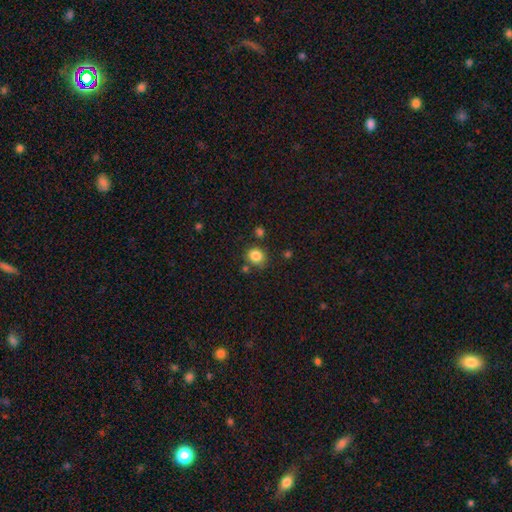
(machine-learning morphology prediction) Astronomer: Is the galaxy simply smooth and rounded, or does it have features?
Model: smooth — 84%.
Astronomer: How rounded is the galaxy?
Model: round — 80%.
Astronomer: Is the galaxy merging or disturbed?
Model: none — 77%.